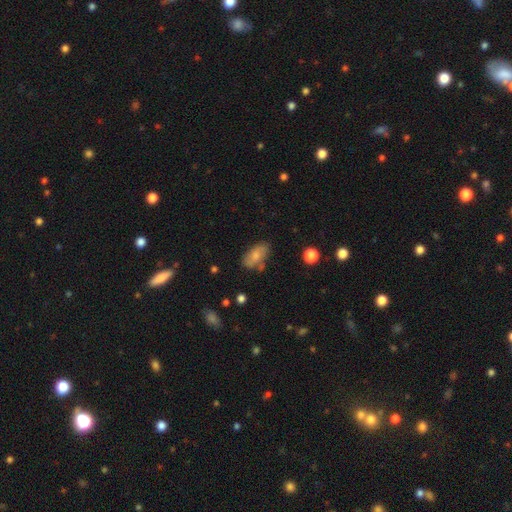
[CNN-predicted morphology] This is likely a smooth galaxy (73%). How rounded: clearly in between (91%). Merging: likely none (65%).